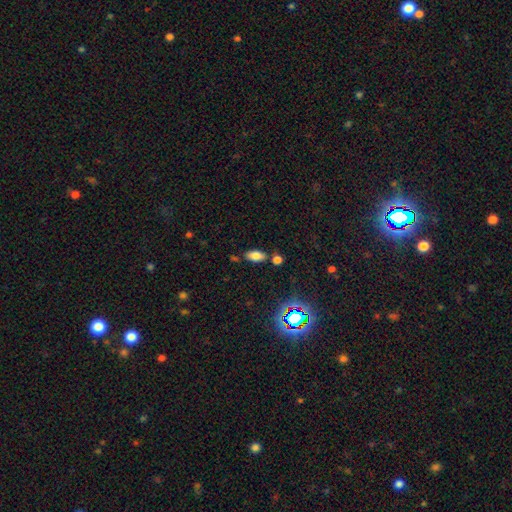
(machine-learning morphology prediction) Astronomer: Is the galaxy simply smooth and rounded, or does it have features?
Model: smooth — 76%.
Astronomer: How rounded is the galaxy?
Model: in between — 89%.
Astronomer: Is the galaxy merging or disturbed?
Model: none — 72%.